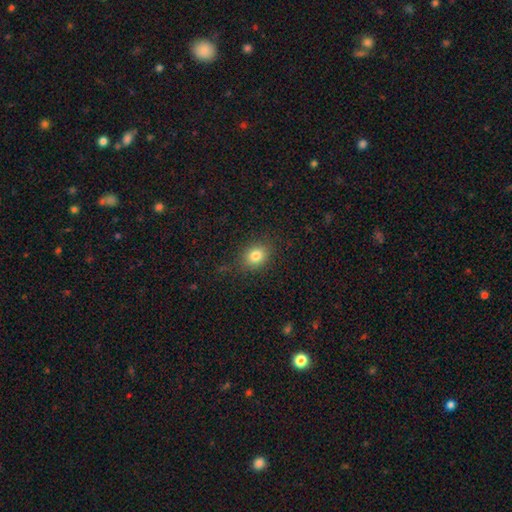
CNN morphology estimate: smooth 81%, star or artifact 11%, featured or disk 8%. Down the decision tree: how rounded — in between (54%); merging — none (83%).